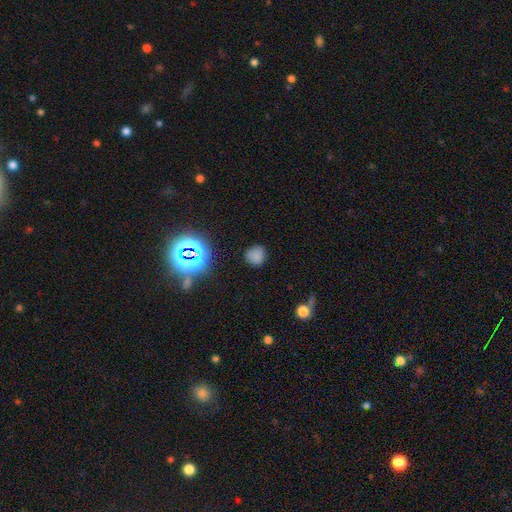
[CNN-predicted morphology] This is likely a smooth galaxy (72%). How rounded: clearly round (84%). Merging: clearly none (81%).